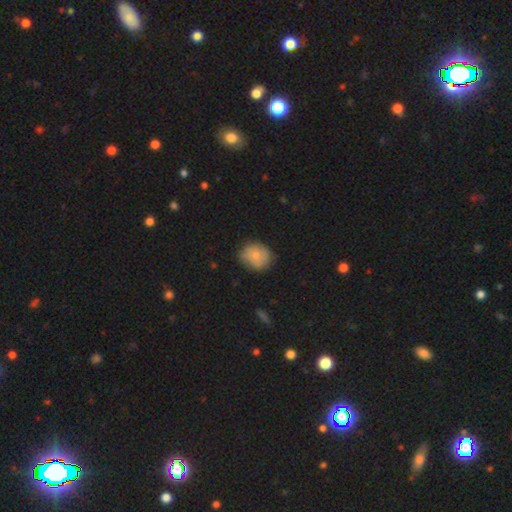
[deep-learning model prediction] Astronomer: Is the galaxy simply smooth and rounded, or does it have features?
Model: smooth — 76%.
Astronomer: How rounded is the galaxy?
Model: round — 68%.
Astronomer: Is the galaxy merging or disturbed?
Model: none — 73%.